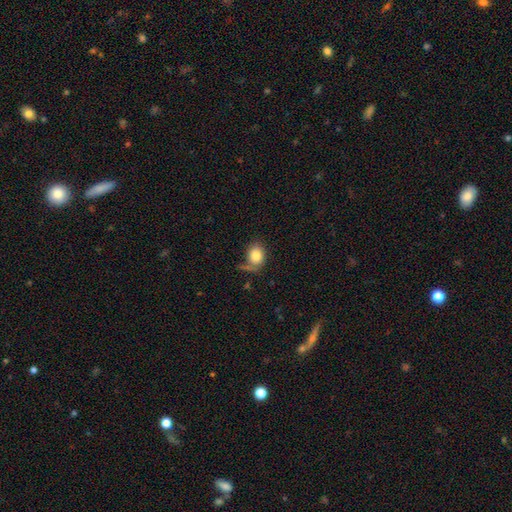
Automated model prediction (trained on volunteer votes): The model was most divided on "how rounded": in between: 54%, round: 45%, cigar-shaped: 1%. More confident: smooth or featured — smooth (83%); merging — none (55%).